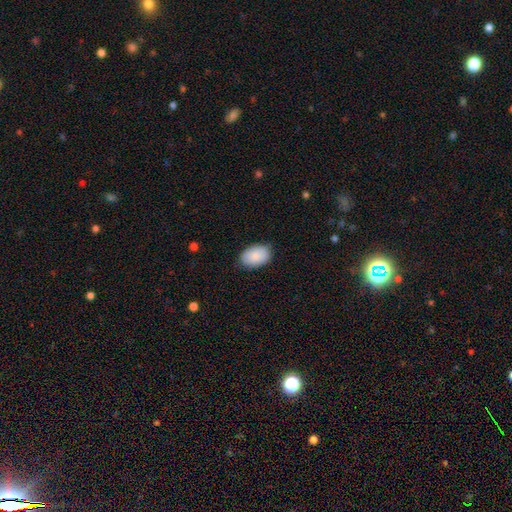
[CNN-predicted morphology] This appears to be a smooth galaxy with no disk features (87%) that is in between round and cigar-shaped (90%). Merging: none (83%).